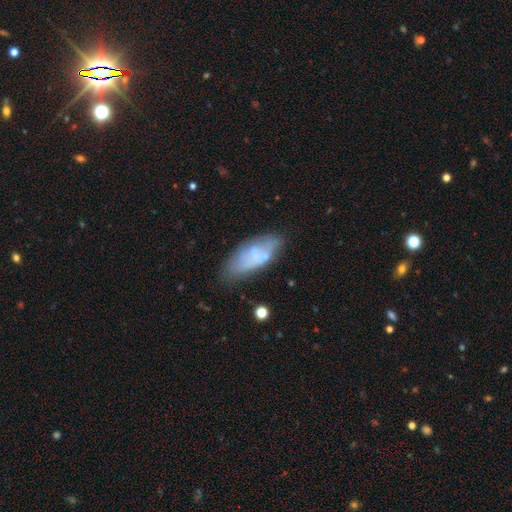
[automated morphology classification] Q: Smooth or featured?
A: smooth (52%); runner-up: featured or disk (38%)
Q: How rounded?
A: in between (76%); runner-up: cigar-shaped (21%)
Q: Merging?
A: none (59%); runner-up: minor disturbance (24%)